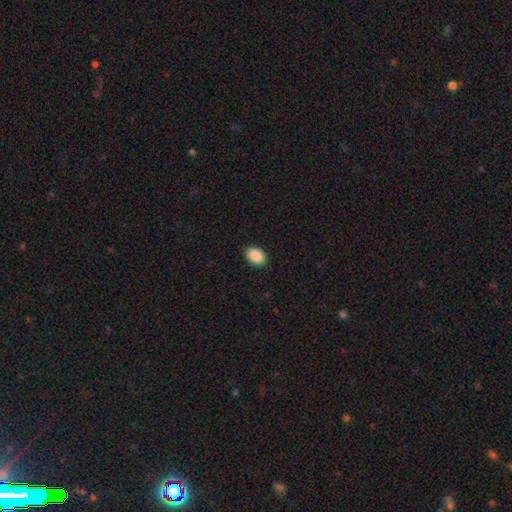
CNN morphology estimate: Smooth or featured? smooth (90%)
How rounded? in between (80%)
Merging? none (89%)